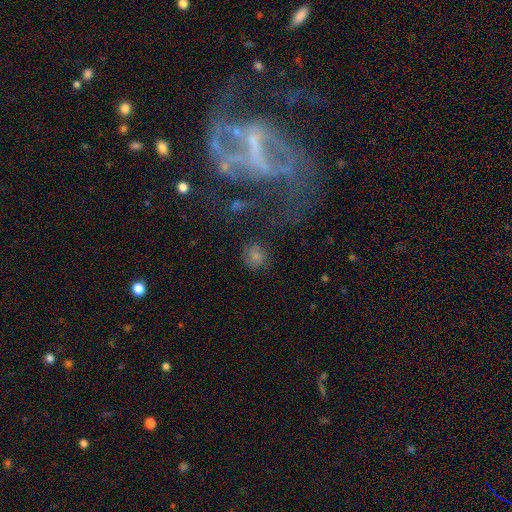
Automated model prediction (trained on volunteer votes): Overall: smooth (71%). How rounded: round (85%). Merging: none (76%).